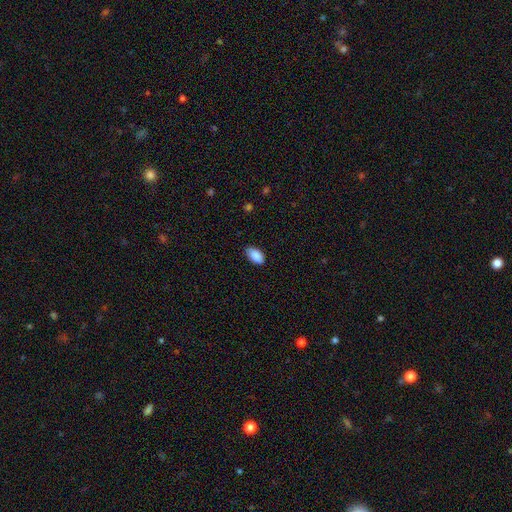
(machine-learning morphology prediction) A smooth galaxy with no disk features (89%) that is in between round and cigar-shaped (94%). Merging: none (82%).